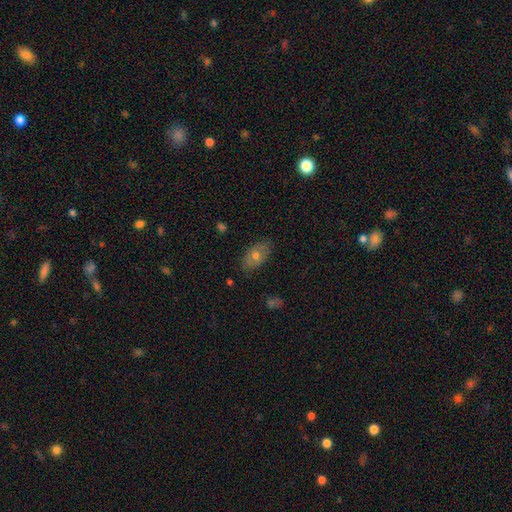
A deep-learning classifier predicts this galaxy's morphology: type=smooth (62%); roundness=in between (89%); merging=none (81%).